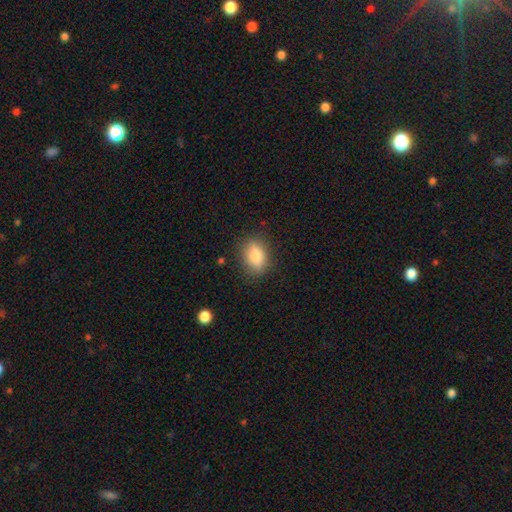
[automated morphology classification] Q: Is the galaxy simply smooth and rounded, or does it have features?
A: smooth — 83%.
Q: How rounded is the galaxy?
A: in between — 80%.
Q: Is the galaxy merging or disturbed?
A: none — 83%.